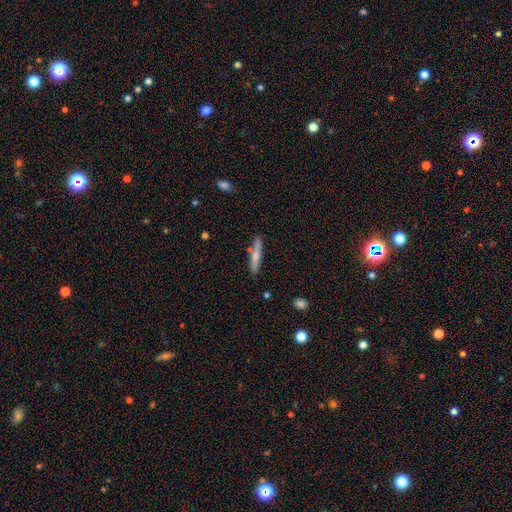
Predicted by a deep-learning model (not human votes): Smooth or featured? smooth (68%)
How rounded? cigar-shaped (91%)
Merging? none (79%)